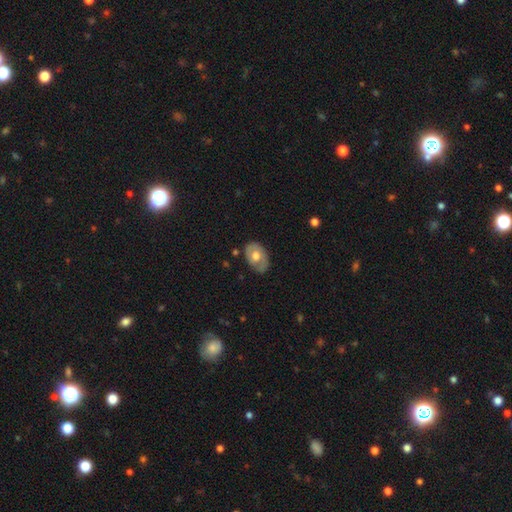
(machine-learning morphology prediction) smooth-or-featured: smooth: 49% | featured or disk: 46% | star or artifact: 6%
  merging: none: 74% | minor disturbance: 19% | major disturbance: 5% | merger: 2%